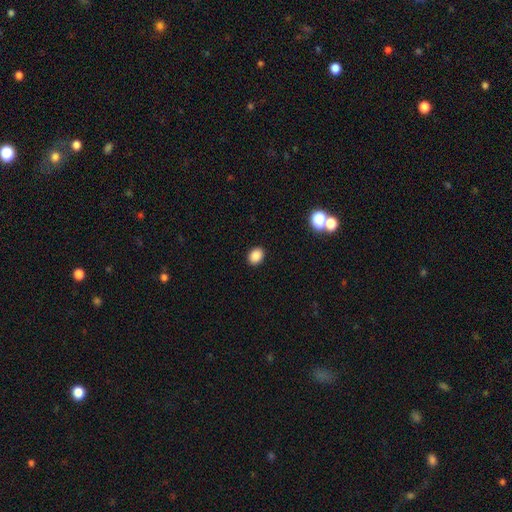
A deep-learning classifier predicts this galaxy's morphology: smooth_or_featured: smooth (p=0.86) [alt: star or artifact p=0.10]
how_rounded: in between (p=0.59) [alt: round p=0.40]
merging: none (p=0.91) [alt: minor disturbance p=0.06]